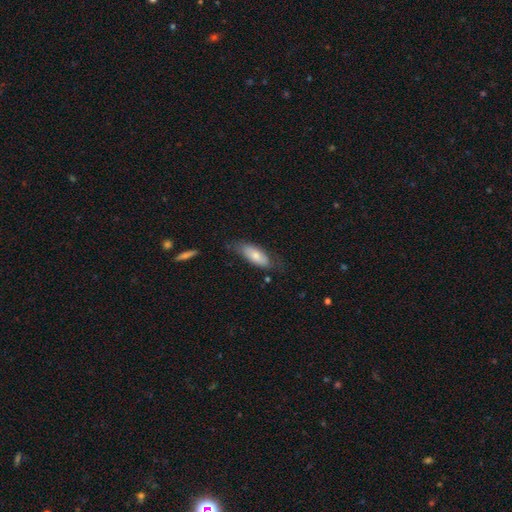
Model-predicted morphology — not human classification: Smooth or featured: smooth — 73% (featured or disk — 21%)
How rounded: in between — 75% (cigar-shaped — 24%)
Merging: none — 63% (minor disturbance — 27%)